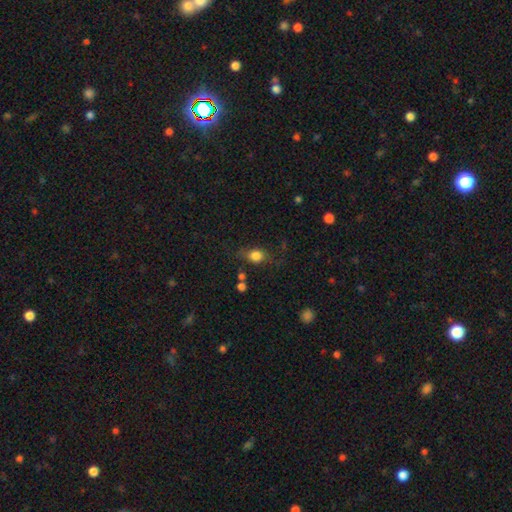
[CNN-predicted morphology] Smooth or featured? Predicted: smooth (p=0.79). How rounded? Predicted: round (p=0.50). Merging? Predicted: none (p=0.64).